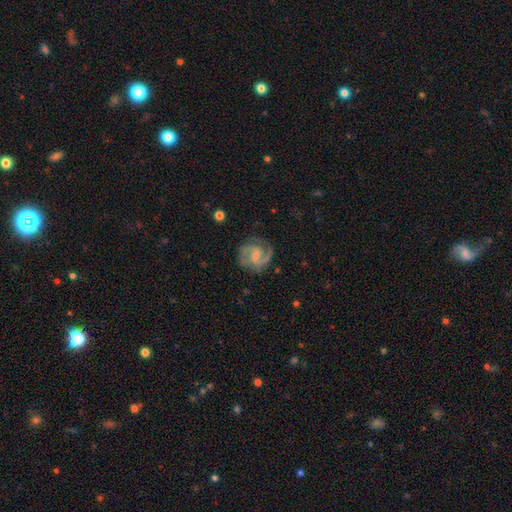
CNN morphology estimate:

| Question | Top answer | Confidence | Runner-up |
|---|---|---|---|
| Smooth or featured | featured or disk | 85% | smooth (10%) |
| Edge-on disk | no | 98% | yes (2%) |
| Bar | weak | 57% | no (25%) |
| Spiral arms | yes | 96% | no (4%) |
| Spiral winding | medium | 56% | tight (25%) |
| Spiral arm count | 2 | 83% | can't tell (6%) |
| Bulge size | small | 55% | moderate (29%) |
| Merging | none | 74% | minor disturbance (17%) |